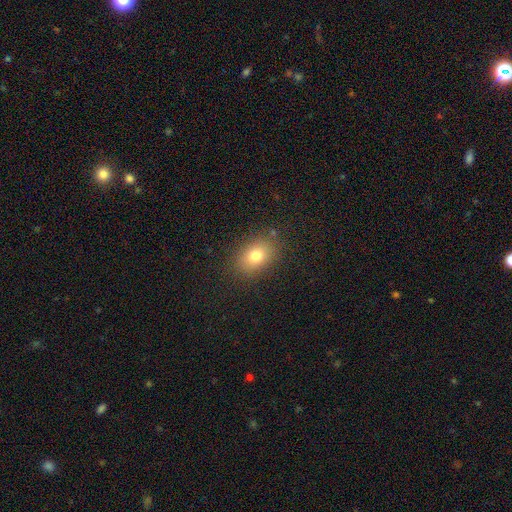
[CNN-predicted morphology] smooth 77%, star or artifact 12%, featured or disk 11%. Down the decision tree: how rounded — in between (73%); merging — none (85%).